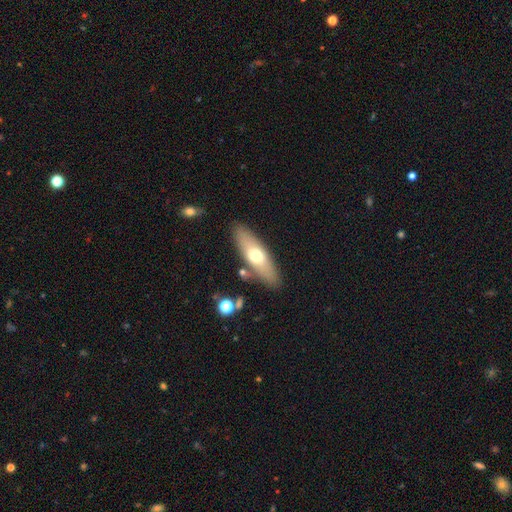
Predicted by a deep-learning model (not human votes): A smooth galaxy with no disk features (57%) that is cigar-shaped (50%). Merging: none (82%).